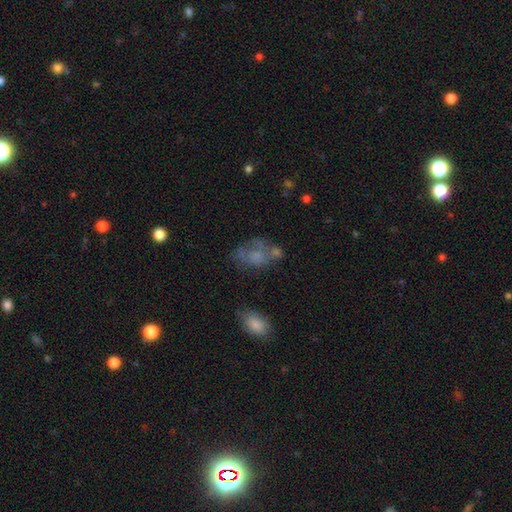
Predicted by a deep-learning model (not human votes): A smooth galaxy with no disk features (50%) that is in between round and cigar-shaped (79%). Merging: none (41%).